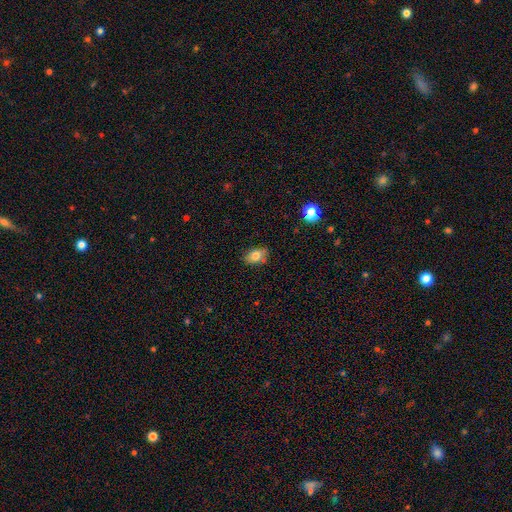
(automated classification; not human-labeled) Smooth or featured? Predicted: smooth (p=0.79). How rounded? Predicted: in between (p=0.83). Merging? Predicted: none (p=0.77).